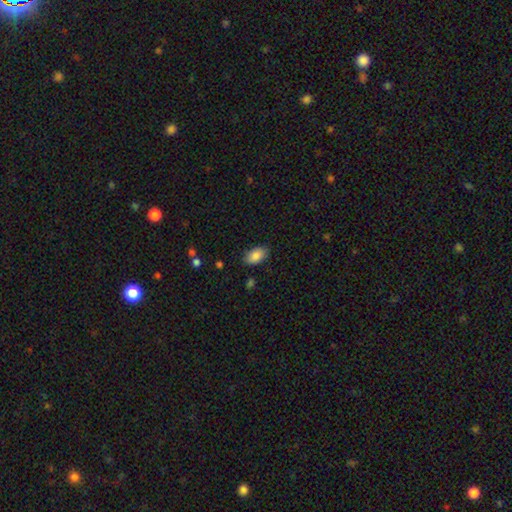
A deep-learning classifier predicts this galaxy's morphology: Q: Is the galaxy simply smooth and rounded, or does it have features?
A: smooth — 87%.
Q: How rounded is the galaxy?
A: in between — 93%.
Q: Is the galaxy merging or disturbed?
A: none — 85%.